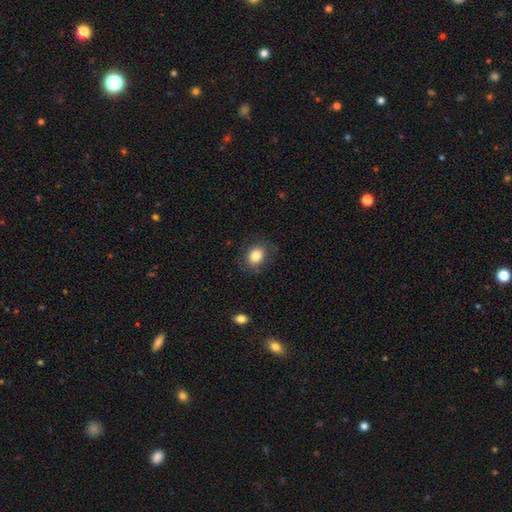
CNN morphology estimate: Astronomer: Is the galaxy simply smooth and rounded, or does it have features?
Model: smooth — 84%.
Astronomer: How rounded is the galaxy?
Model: in between — 53% (runner-up: round, 46%).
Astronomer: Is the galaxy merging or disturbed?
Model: none — 79%.